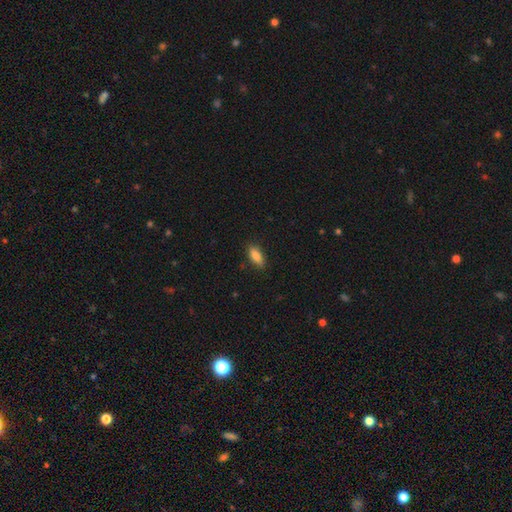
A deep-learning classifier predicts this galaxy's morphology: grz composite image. It shows a smooth galaxy with no disk features (86%) that is in between round and cigar-shaped (78%). Merging: none (82%).